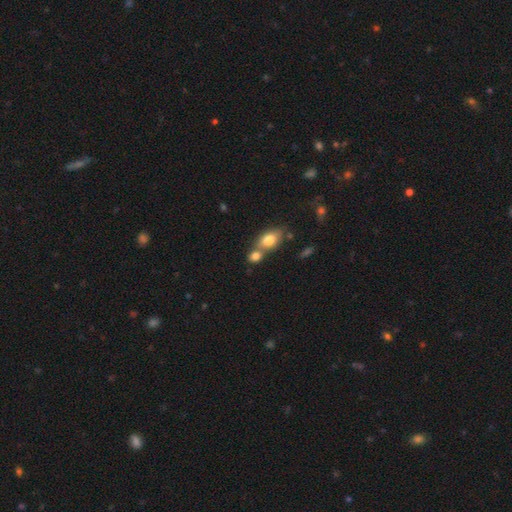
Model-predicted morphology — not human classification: smooth-or-featured: smooth: 79% | featured or disk: 11% | star or artifact: 10%
  how-rounded: in between: 60% | round: 36% | cigar-shaped: 4%
  merging: merger: 54% | none: 35% | minor disturbance: 8% | major disturbance: 3%